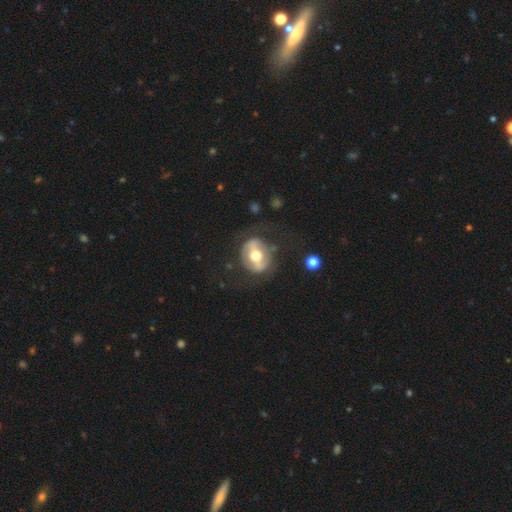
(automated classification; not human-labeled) smooth-or-featured: featured or disk: 63% | smooth: 31% | star or artifact: 6%
  disk-edge-on: no: 93% | yes: 7%
    bar: strong: 49% | weak: 27% | no: 24%
    has-spiral-arms: no: 71% | yes: 29%
    bulge-size: moderate: 70% | large: 20% | small: 7% | dominant: 2% | none: 1%
  merging: none: 66% | minor disturbance: 16% | major disturbance: 15% | merger: 2%